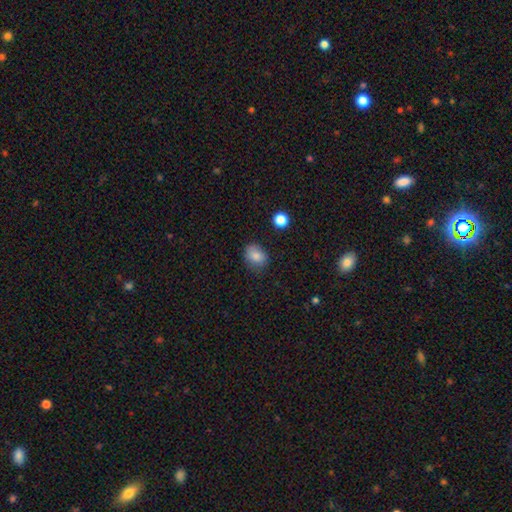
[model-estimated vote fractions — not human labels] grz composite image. It shows a smooth galaxy with no disk features (83%) that is in between round and cigar-shaped (58%). Merging: none (73%).